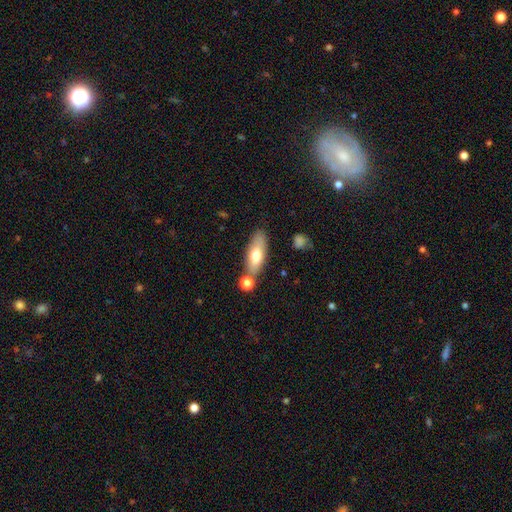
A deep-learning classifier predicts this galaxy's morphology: smooth_or_featured: smooth (p=0.68) [alt: featured or disk p=0.26]
how_rounded: in between (p=0.65) [alt: cigar-shaped p=0.32]
merging: none (p=0.72) [alt: minor disturbance p=0.13]